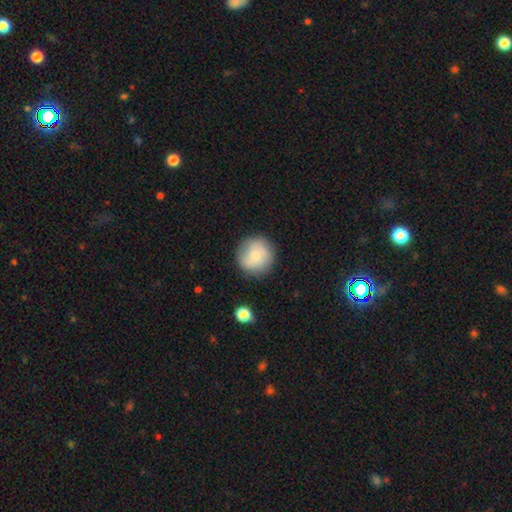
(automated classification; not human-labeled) Smooth or featured?
  - smooth: 72% *
  - featured or disk: 21%
  - star or artifact: 7%
How rounded?
  - round: 94% *
  - in between: 5%
  - cigar-shaped: 1%
Merging?
  - none: 84% *
  - minor disturbance: 11%
  - major disturbance: 3%
  - merger: 2%